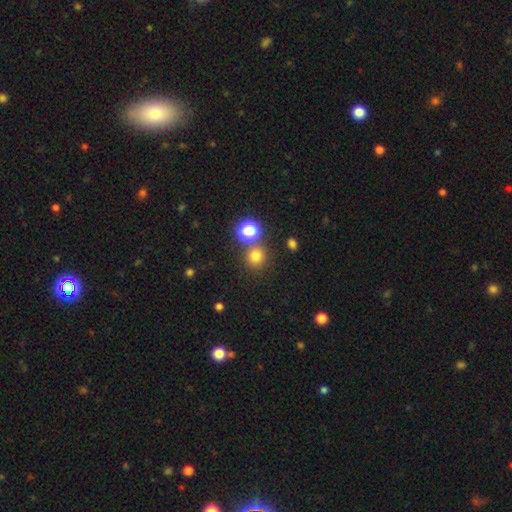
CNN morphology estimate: Overall: smooth (75%). How rounded: round (90%). Merging: none (76%).